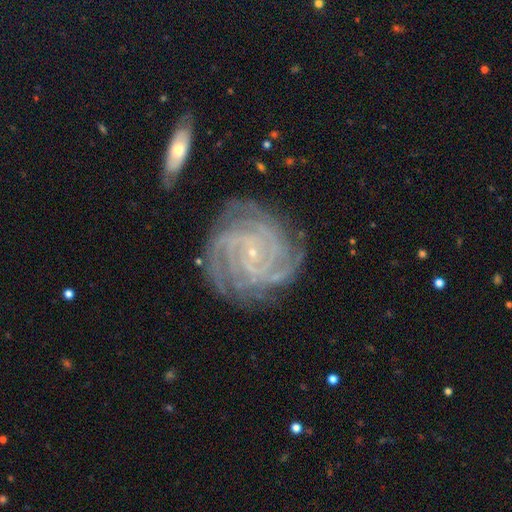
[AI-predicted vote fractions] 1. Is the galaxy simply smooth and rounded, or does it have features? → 88% featured or disk, 7% star or artifact, 5% smooth.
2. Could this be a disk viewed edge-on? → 97% no, 3% yes.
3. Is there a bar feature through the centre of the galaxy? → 61% no, 29% weak, 11% strong.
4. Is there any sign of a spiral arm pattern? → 98% yes, 2% no.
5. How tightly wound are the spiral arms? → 76% tight, 21% medium, 3% loose.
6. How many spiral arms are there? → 30% 4, 18% can't tell, 17% more than 4, 16% 3, 11% 2, 8% 1.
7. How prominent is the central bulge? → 89% small, 6% moderate, 3% none, 1% large, 1% dominant.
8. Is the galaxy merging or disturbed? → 79% none, 14% minor disturbance, 5% major disturbance, 2% merger.